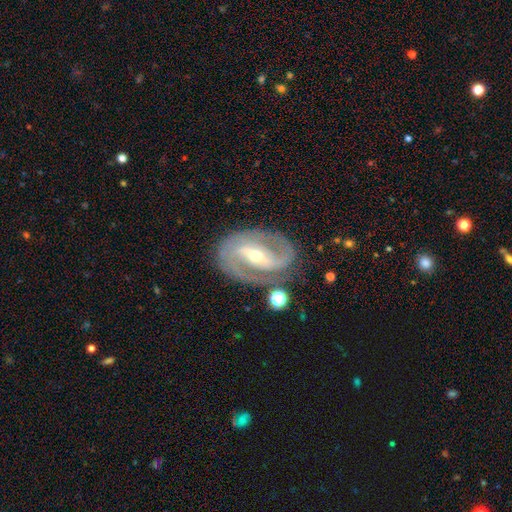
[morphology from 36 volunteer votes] featured or disk 92%, smooth 6%, star or artifact 3%. Down the decision tree: edge-on disk — no (97%); bar — strong (44%); spiral arms — yes (91%); spiral arm count — 2 (86%); spiral winding — medium (59%); bulge size — moderate (59%); merging — none (80%).